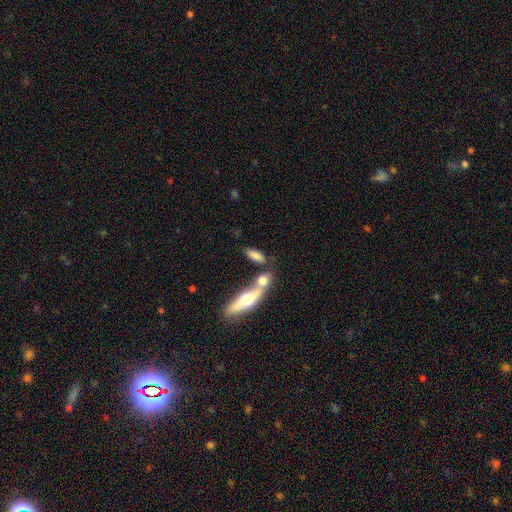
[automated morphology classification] smooth_or_featured: smooth (p=0.71) [alt: featured or disk p=0.21]
how_rounded: in between (p=0.62) [alt: cigar-shaped p=0.33]
merging: none (p=0.49) [alt: merger p=0.35]